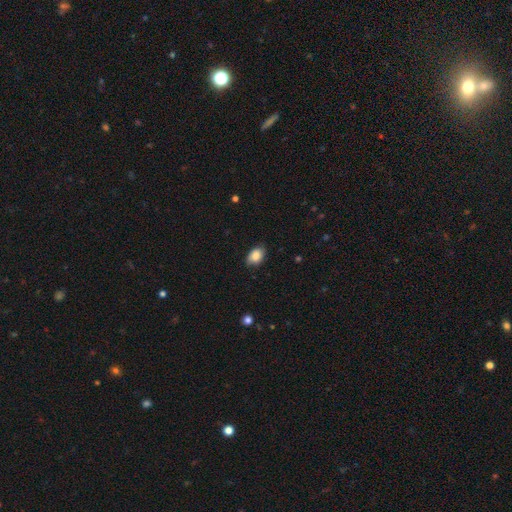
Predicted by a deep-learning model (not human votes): smooth_or_featured: smooth (p=0.84) [alt: featured or disk p=0.08]
how_rounded: in between (p=0.85) [alt: round p=0.14]
merging: none (p=0.78) [alt: minor disturbance p=0.18]